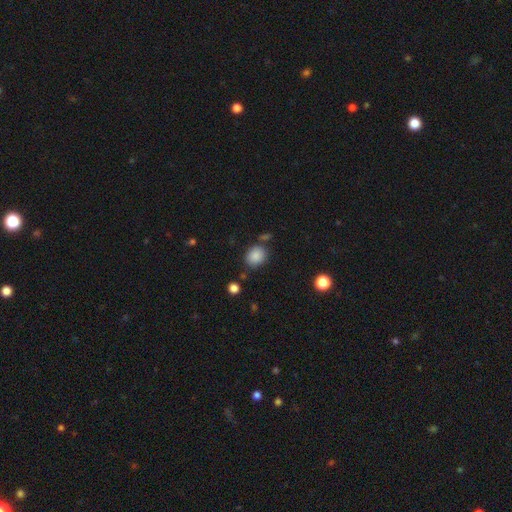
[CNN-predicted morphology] Smooth or featured? smooth (86%)
How rounded? round (56%)
Merging? none (76%)